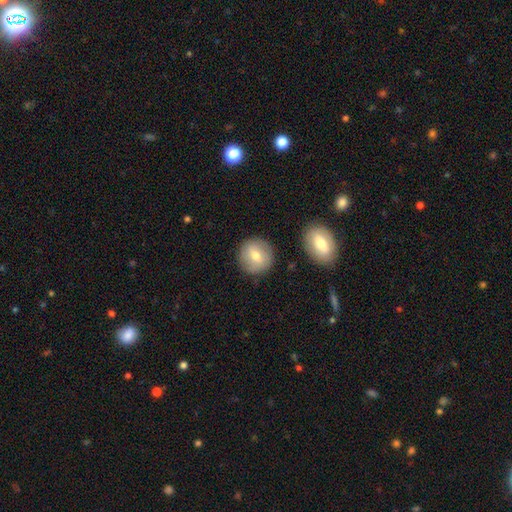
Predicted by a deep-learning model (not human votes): This is likely a smooth galaxy (68%). How rounded: clearly round (91%). Merging: clearly none (86%).